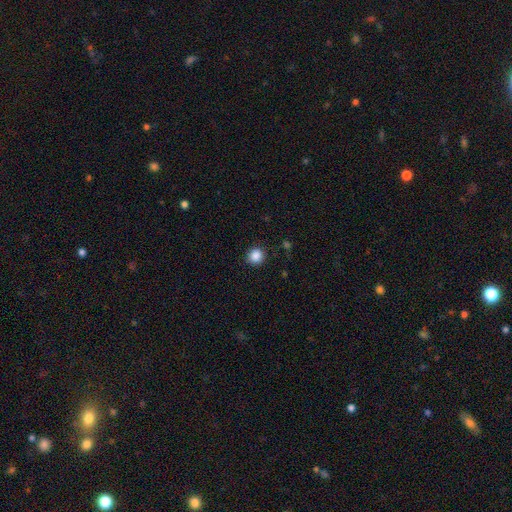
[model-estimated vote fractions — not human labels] A smooth galaxy with no disk features (87%) that is round (93%).

Vote fractions:
- Smooth or featured? smooth: 87% / star or artifact: 10% / featured or disk: 3%
- How rounded? round: 93% / in between: 6% / cigar-shaped: 1%
- Merging? none: 92% / minor disturbance: 5% / major disturbance: 2% / merger: 1%